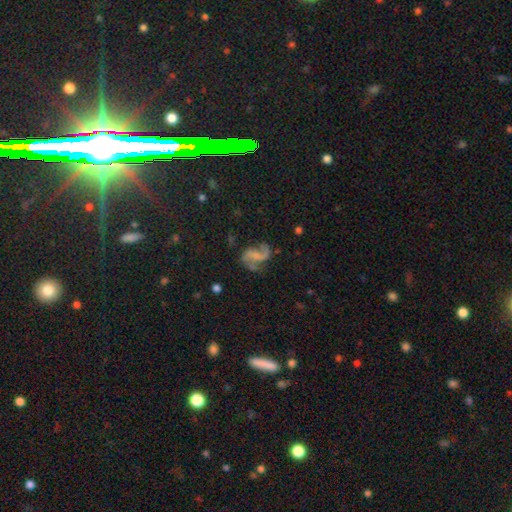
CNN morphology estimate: Q: Smooth or featured?
A: featured or disk (82%); runner-up: smooth (10%)
Q: Edge-on disk?
A: no (98%); runner-up: yes (2%)
Q: Bar?
A: no (42%); runner-up: weak (39%)
Q: Spiral arms?
A: yes (95%); runner-up: no (5%)
Q: Spiral winding?
A: loose (56%); runner-up: medium (36%)
Q: Spiral arm count?
A: 2 (90%); runner-up: 1 (3%)
Q: Bulge size?
A: none (66%); runner-up: small (19%)
Q: Merging?
A: none (63%); runner-up: minor disturbance (18%)